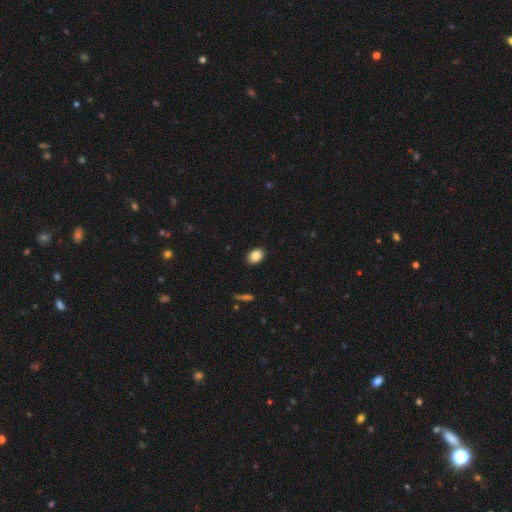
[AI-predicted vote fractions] Smooth or featured? smooth (86%)
How rounded? in between (76%)
Merging? none (90%)